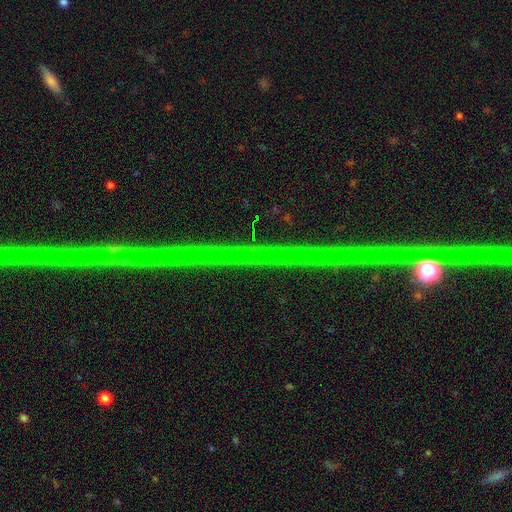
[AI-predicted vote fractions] Overall: star or artifact (86%).